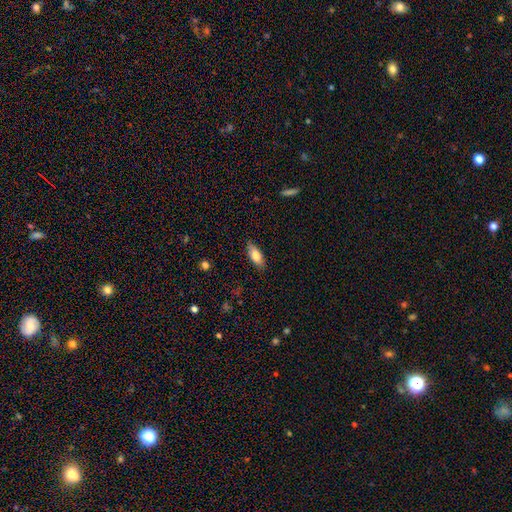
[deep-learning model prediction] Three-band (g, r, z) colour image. It shows a smooth galaxy with no disk features (77%) that is in between round and cigar-shaped (78%). Merging: none (85%).